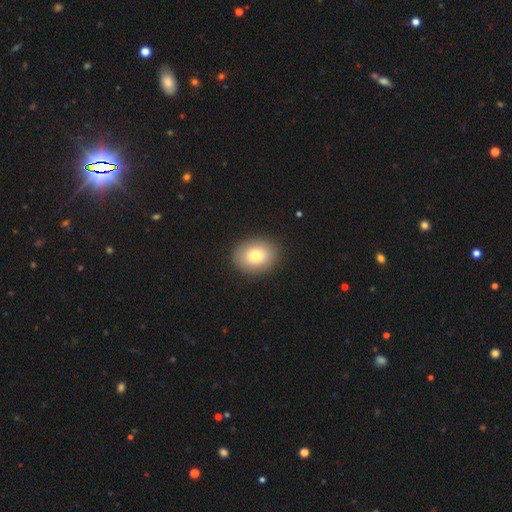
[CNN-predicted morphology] A smooth galaxy with no disk features (79%) that is in between round and cigar-shaped (56%). Merging: none (89%).